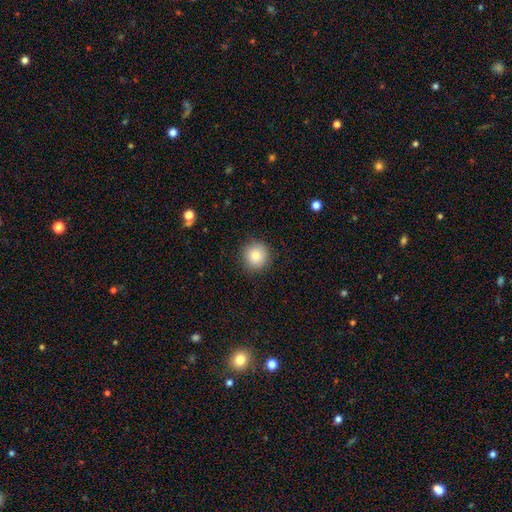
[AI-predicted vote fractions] smooth-or-featured: smooth: 83% | star or artifact: 9% | featured or disk: 7%
  how-rounded: round: 94% | in between: 5% | cigar-shaped: 1%
  merging: none: 90% | minor disturbance: 7% | major disturbance: 2% | merger: 1%